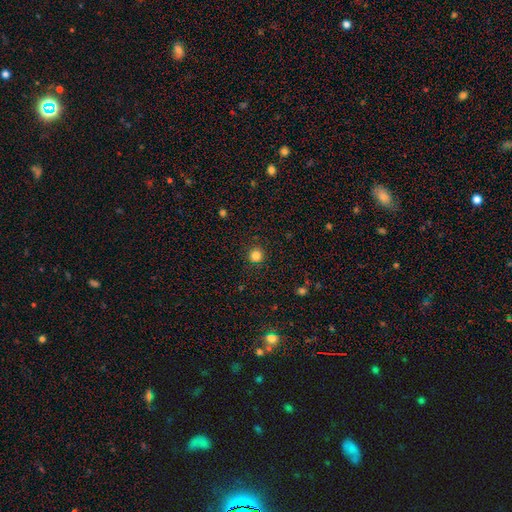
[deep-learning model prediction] Q: Smooth or featured?
A: smooth (84%); runner-up: star or artifact (13%)
Q: How rounded?
A: round (94%); runner-up: in between (5%)
Q: Merging?
A: none (91%); runner-up: minor disturbance (6%)